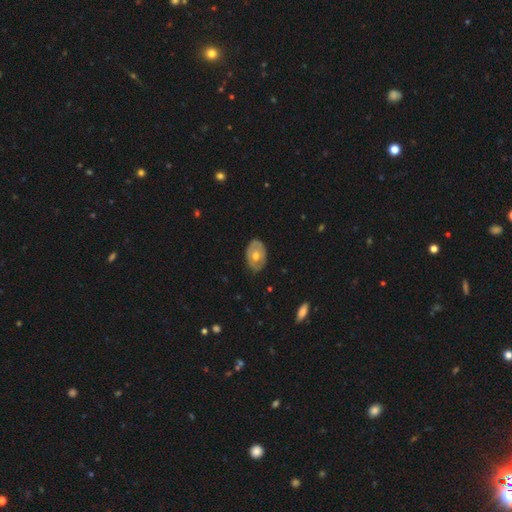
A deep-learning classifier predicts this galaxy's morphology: featured or disk 48%, smooth 46%, star or artifact 6%. Down the decision tree: merging — none (79%).